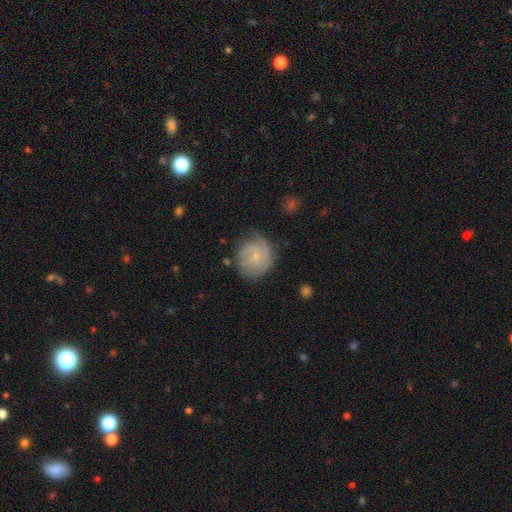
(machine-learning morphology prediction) Smooth or featured: featured or disk — 65% (smooth — 28%)
Edge-on disk: no — 98% (yes — 2%)
Bar: no — 71% (weak — 25%)
Spiral arms: yes — 91% (no — 9%)
Spiral winding: tight — 56% (medium — 33%)
Spiral arm count: 2 — 32% (can't tell — 31%)
Bulge size: small — 73% (moderate — 19%)
Merging: none — 64% (minor disturbance — 25%)